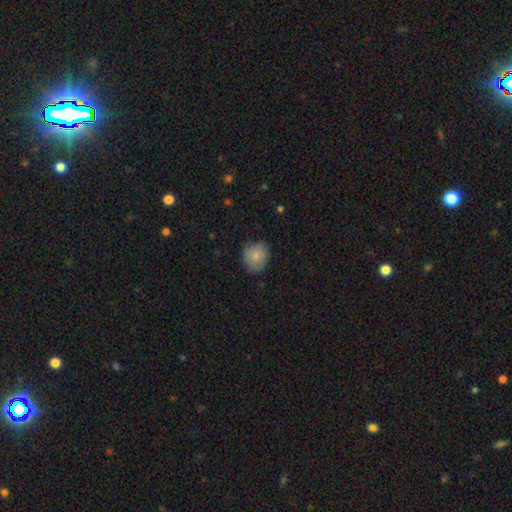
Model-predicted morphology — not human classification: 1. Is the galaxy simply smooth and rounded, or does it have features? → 82% smooth, 10% featured or disk, 8% star or artifact.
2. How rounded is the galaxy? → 68% round, 31% in between, 1% cigar-shaped.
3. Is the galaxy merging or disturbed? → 76% none, 20% minor disturbance, 4% major disturbance, 1% merger.